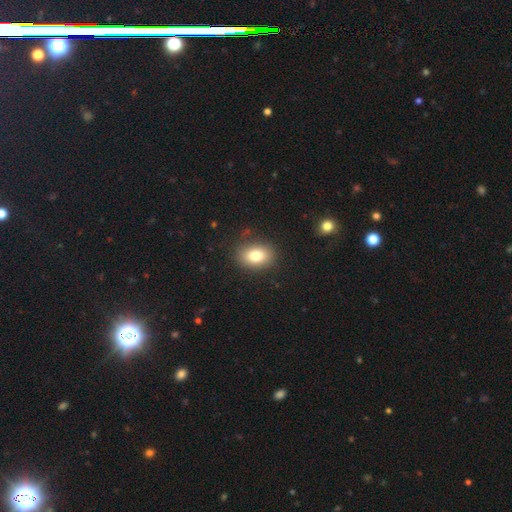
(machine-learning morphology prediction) smooth_or_featured: smooth (p=0.79) [alt: featured or disk p=0.11]
how_rounded: in between (p=0.69) [alt: round p=0.30]
merging: none (p=0.85) [alt: minor disturbance p=0.10]